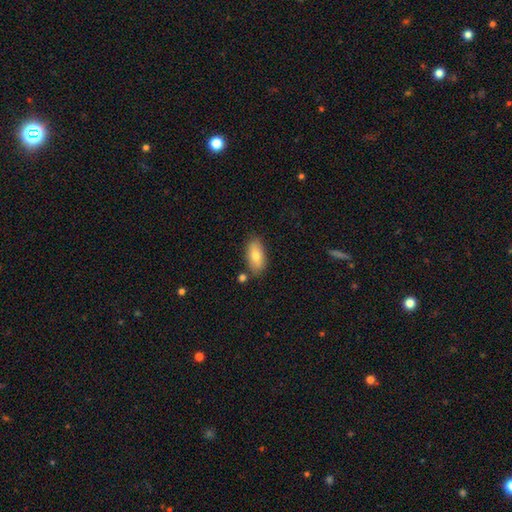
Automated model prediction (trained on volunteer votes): A smooth galaxy with no disk features (76%) that is in between round and cigar-shaped (89%).

Vote fractions:
- Smooth or featured? smooth: 76% / featured or disk: 17% / star or artifact: 7%
- How rounded? in between: 89% / cigar-shaped: 7% / round: 3%
- Merging? none: 80% / minor disturbance: 12% / merger: 5% / major disturbance: 3%